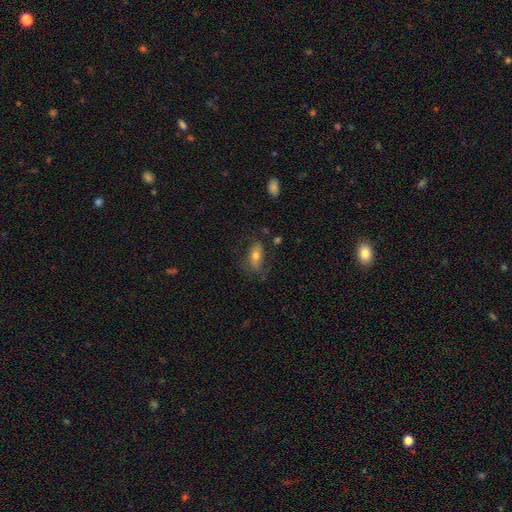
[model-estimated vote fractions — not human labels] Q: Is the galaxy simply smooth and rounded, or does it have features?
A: smooth — 65%.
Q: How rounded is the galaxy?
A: in between — 85%.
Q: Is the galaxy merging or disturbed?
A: none — 62%.